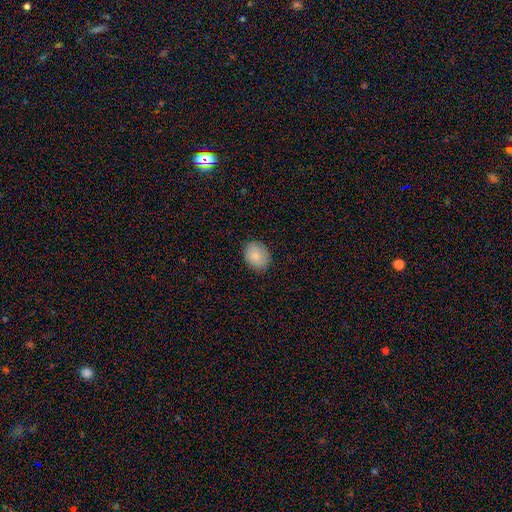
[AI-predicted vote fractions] smooth 85%, featured or disk 7%, star or artifact 7%. Down the decision tree: how rounded — in between (59%); merging — none (86%).